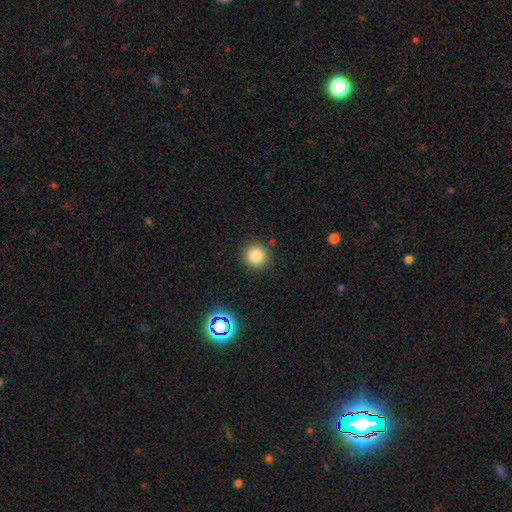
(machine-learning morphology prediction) A smooth galaxy with no disk features (82%) that is round (92%).

Vote fractions:
- Smooth or featured? smooth: 82% / star or artifact: 12% / featured or disk: 5%
- How rounded? round: 92% / in between: 7% / cigar-shaped: 1%
- Merging? none: 89% / minor disturbance: 7% / major disturbance: 2% / merger: 2%